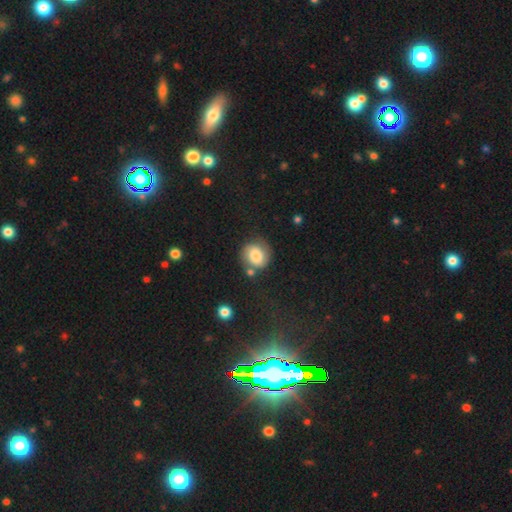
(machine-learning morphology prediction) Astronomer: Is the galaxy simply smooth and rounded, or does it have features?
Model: smooth — 66%.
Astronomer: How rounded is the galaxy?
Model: round — 78%.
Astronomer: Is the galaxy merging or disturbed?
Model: none — 66%.